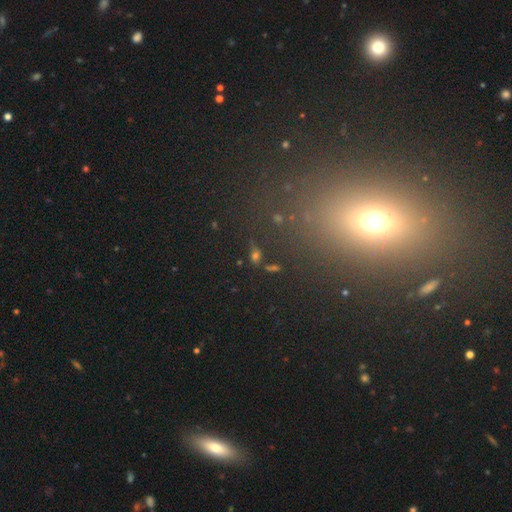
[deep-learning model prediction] The model was most divided on "smooth or featured": smooth: 41%, star or artifact: 36%, featured or disk: 23%. More confident: merging — none (69%).